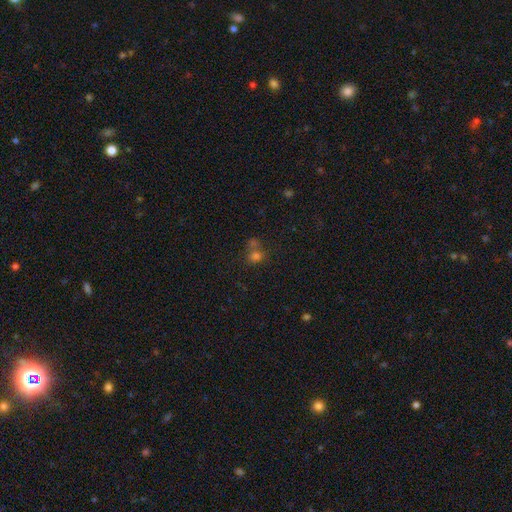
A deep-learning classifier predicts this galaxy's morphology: Smooth or featured: smooth — 68% (star or artifact — 22%)
How rounded: round — 71% (in between — 28%)
Merging: none — 42% (tied with merger — 42%)